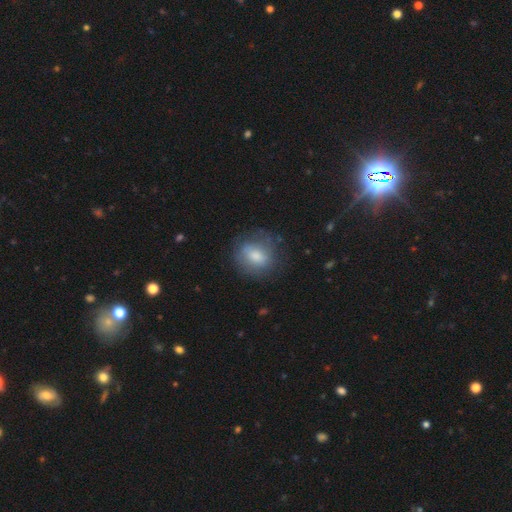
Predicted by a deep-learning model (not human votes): Morphology: type=smooth (70%); roundness=round (66%); merging=none (69%).